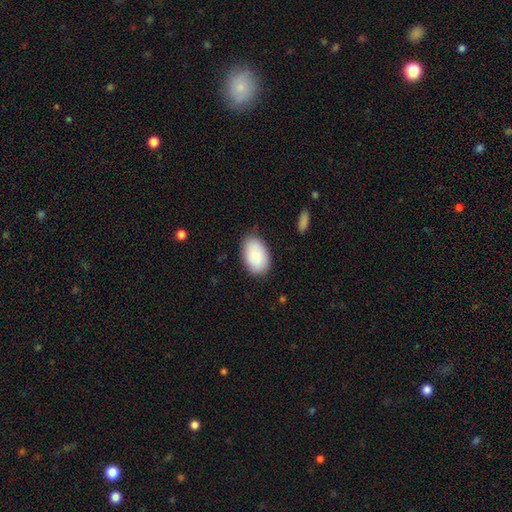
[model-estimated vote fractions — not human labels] Smooth or featured?
  - smooth: 88% *
  - featured or disk: 6%
  - star or artifact: 6%
How rounded?
  - in between: 92% *
  - round: 7%
  - cigar-shaped: 1%
Merging?
  - none: 82% *
  - minor disturbance: 14%
  - major disturbance: 3%
  - merger: 1%